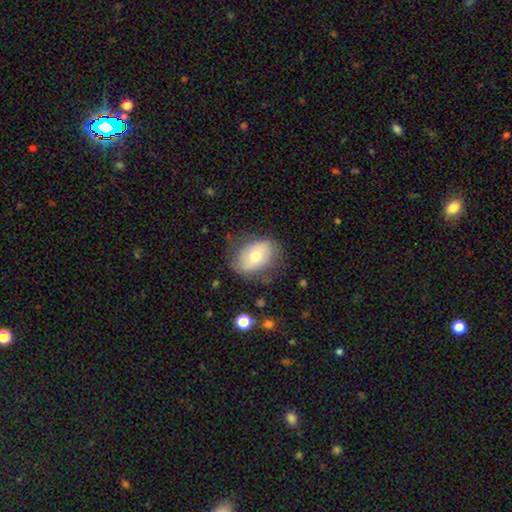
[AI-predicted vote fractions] smooth-or-featured: smooth: 62% | featured or disk: 30% | star or artifact: 8%
  how-rounded: in between: 76% | round: 23% | cigar-shaped: 1%
  merging: none: 68% | minor disturbance: 22% | major disturbance: 9% | merger: 2%